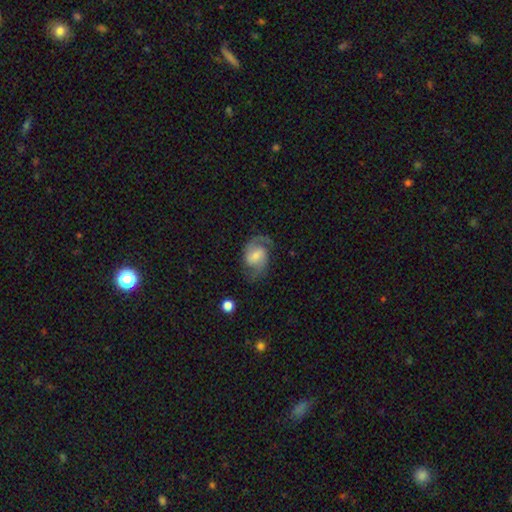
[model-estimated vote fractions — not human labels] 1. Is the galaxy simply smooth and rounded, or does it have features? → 81% featured or disk, 13% smooth, 6% star or artifact.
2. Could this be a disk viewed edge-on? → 98% no, 2% yes.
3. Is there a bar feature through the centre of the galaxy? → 50% weak, 34% no, 16% strong.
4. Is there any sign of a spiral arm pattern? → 96% yes, 4% no.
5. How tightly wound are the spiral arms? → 54% medium, 27% loose, 18% tight.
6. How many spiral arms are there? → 90% 2, 3% can't tell, 3% 1, 1% 3, 1% 4, 1% more than 4.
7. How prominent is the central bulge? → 39% small, 38% moderate, 11% large, 9% none, 2% dominant.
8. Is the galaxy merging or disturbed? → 73% none, 16% minor disturbance, 10% major disturbance, 2% merger.